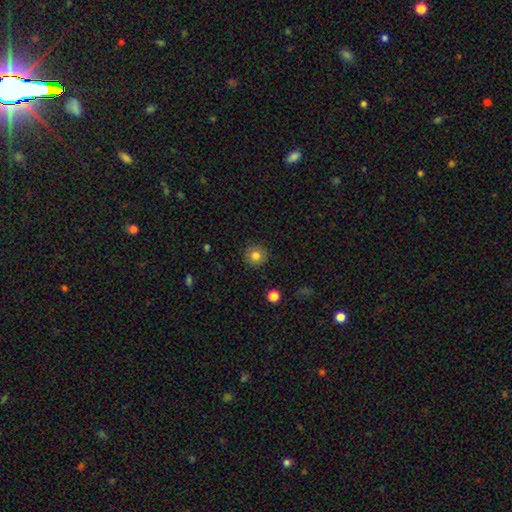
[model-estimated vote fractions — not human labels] smooth-or-featured: smooth: 81% | star or artifact: 11% | featured or disk: 8%
  how-rounded: round: 94% | in between: 5% | cigar-shaped: 1%
  merging: none: 90% | minor disturbance: 7% | major disturbance: 2% | merger: 1%